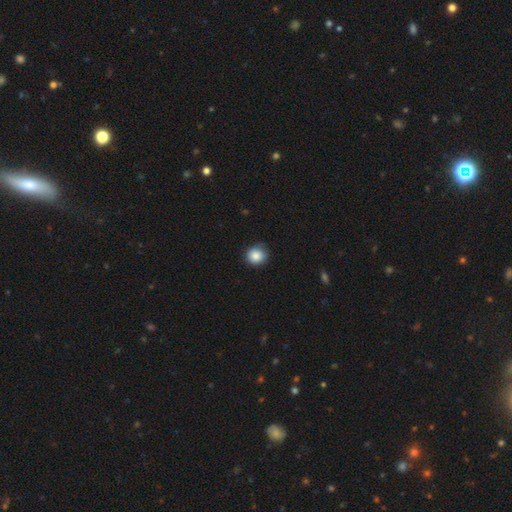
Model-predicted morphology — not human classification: This is clearly a smooth galaxy (85%). How rounded: clearly round (86%). Merging: likely none (74%).